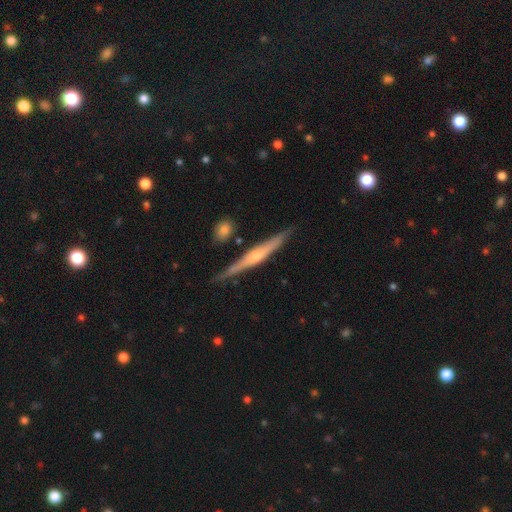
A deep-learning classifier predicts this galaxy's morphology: smooth-or-featured: featured or disk: 72% | smooth: 22% | star or artifact: 5%
  disk-edge-on: yes: 97% | no: 3%
    edge-on-bulge: rounded: 80% | none: 13% | boxy: 7%
  merging: none: 84% | minor disturbance: 11% | merger: 3% | major disturbance: 2%